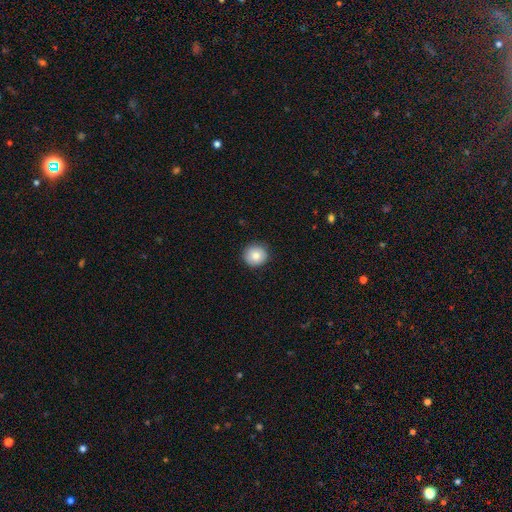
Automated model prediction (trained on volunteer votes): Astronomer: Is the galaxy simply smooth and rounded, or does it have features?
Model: smooth — 82%.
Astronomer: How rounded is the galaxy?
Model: round — 92%.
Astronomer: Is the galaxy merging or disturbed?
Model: none — 90%.